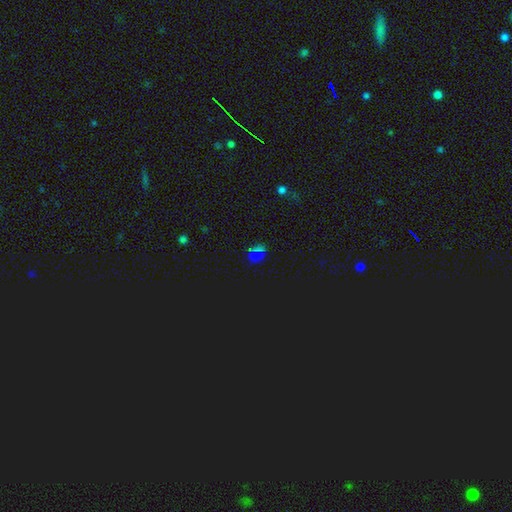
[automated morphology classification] A star or artifact, not a galaxy (57%).

Vote fractions:
- Smooth or featured? star or artifact: 57% / smooth: 36% / featured or disk: 7%